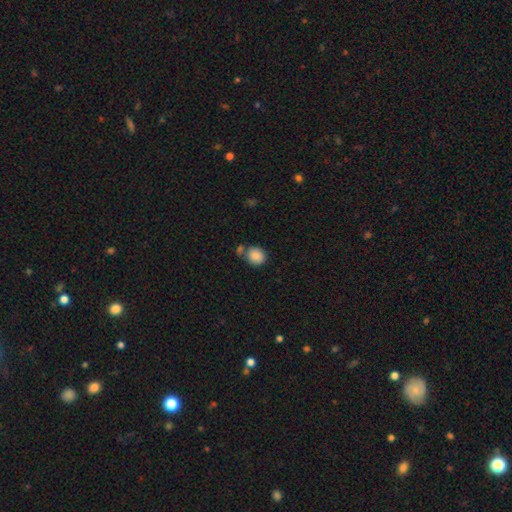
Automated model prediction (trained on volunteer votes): Smooth or featured? smooth (86%)
How rounded? round (77%)
Merging? none (59%)